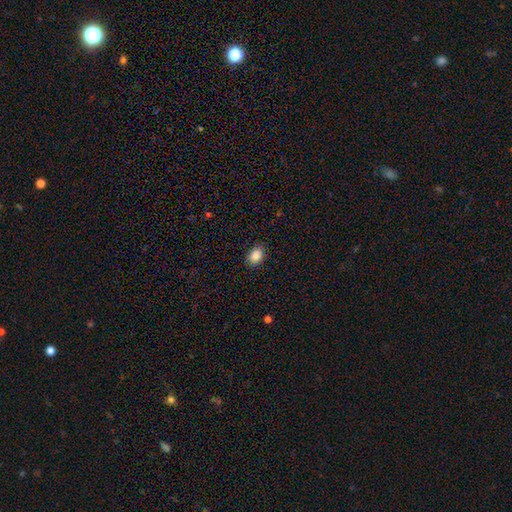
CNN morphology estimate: This appears to be a smooth galaxy with no disk features (87%) that is in between round and cigar-shaped (76%). Merging: none (87%).